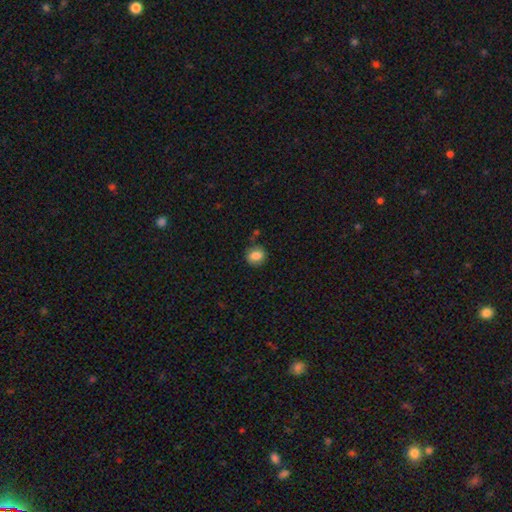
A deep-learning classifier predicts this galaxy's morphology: A smooth galaxy with no disk features (83%) that is round (67%).

Vote fractions:
- Smooth or featured? smooth: 83% / star or artifact: 9% / featured or disk: 8%
- How rounded? round: 67% / in between: 32% / cigar-shaped: 1%
- Merging? none: 81% / minor disturbance: 12% / major disturbance: 3% / merger: 3%